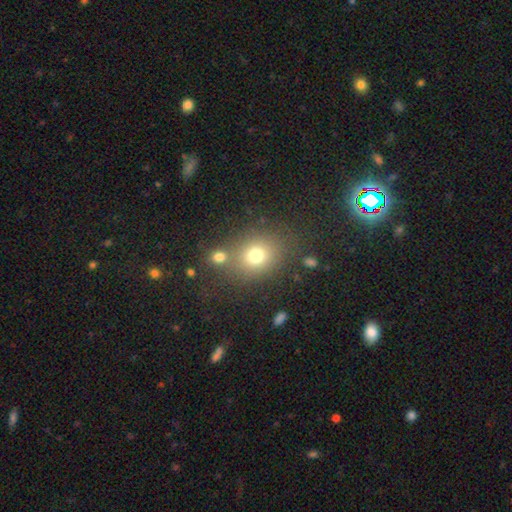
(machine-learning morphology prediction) type=smooth (73%); roundness=round (61%); merging=none (65%).